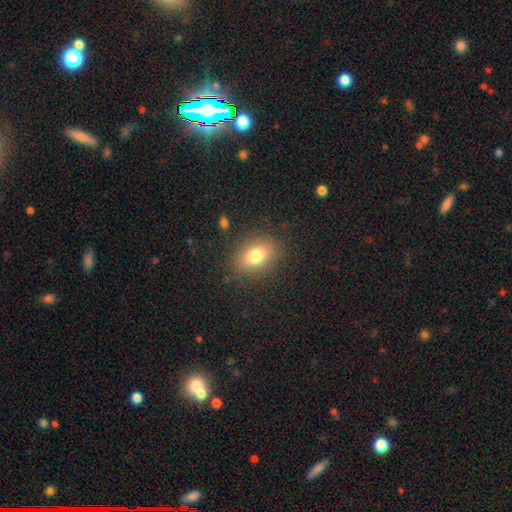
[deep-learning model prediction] Overall: smooth (78%). How rounded: in between (75%). Merging: none (84%).